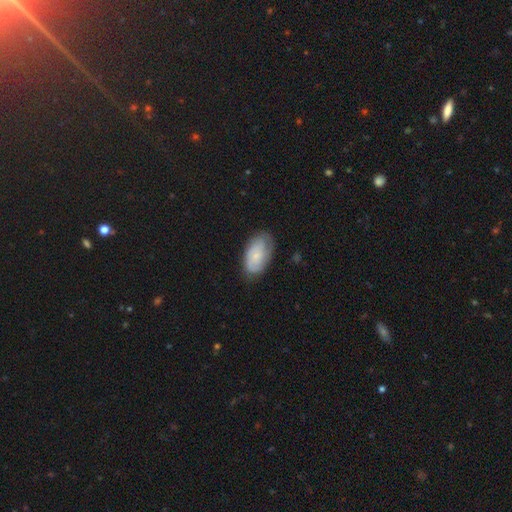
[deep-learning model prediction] Smooth or featured: smooth — 50% (featured or disk — 43%)
How rounded: in between — 92% (round — 5%)
Merging: none — 69% (minor disturbance — 24%)